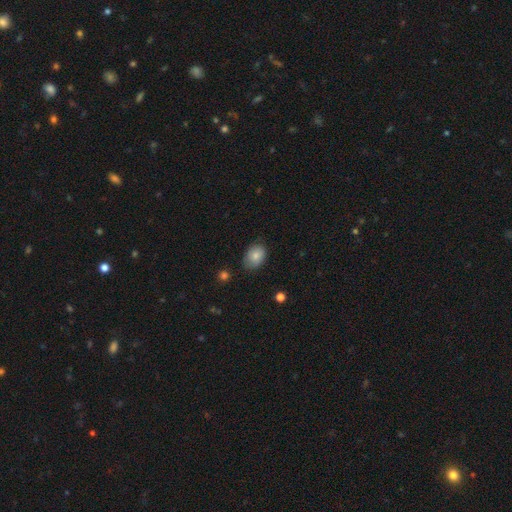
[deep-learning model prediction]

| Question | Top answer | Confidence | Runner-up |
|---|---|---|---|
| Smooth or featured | smooth | 80% | featured or disk (12%) |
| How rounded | in between | 75% | round (24%) |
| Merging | none | 73% | minor disturbance (22%) |